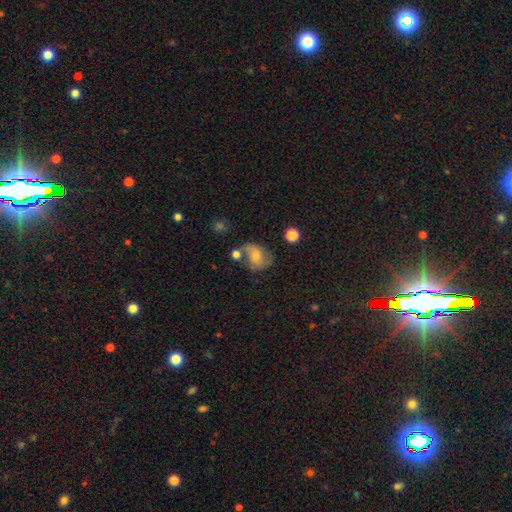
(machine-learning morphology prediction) smooth-or-featured: smooth: 48% | featured or disk: 42% | star or artifact: 11%
  merging: none: 42% | minor disturbance: 24% | merger: 19% | major disturbance: 15%